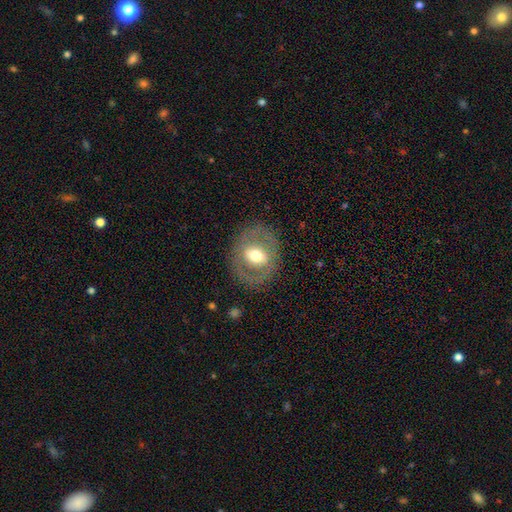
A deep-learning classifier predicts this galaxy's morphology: smooth_or_featured: featured or disk (p=0.51) [alt: smooth p=0.42]
disk_edge_on: no (p=0.93) [alt: yes p=0.07]
merging: none (p=0.80) [alt: minor disturbance p=0.11]